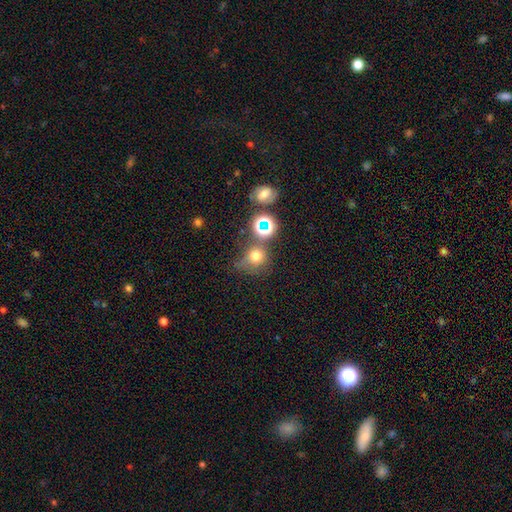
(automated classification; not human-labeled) This appears to be a smooth galaxy with no disk features (67%) that is round (83%). Merging: none (56%).